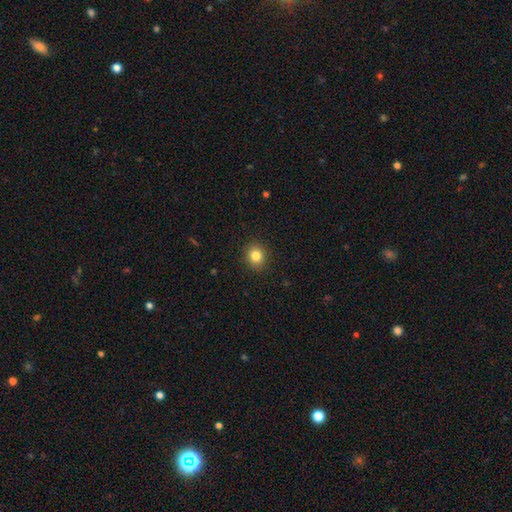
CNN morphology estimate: A smooth galaxy with no disk features (83%) that is round (81%). Merging: none (91%).